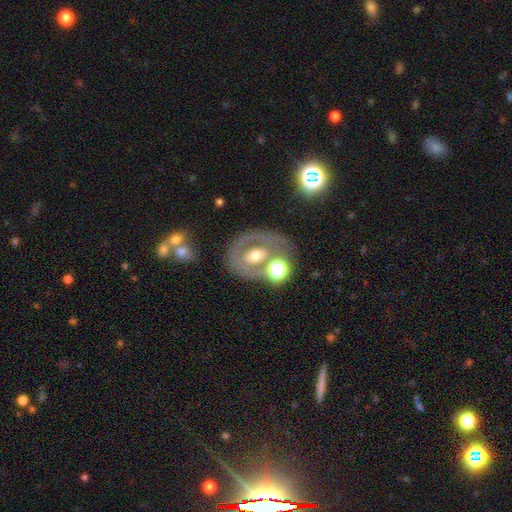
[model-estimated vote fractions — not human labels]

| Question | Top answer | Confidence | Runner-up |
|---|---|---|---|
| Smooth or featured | featured or disk | 61% | smooth (29%) |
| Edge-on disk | no | 94% | yes (6%) |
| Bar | no | 58% | weak (26%) |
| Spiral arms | no | 71% | yes (29%) |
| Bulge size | moderate | 68% | small (15%) |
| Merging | none | 59% | minor disturbance (17%) |